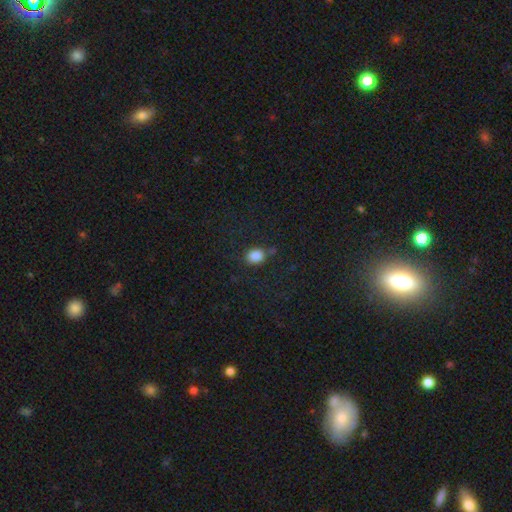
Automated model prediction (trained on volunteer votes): smooth 84%, star or artifact 11%, featured or disk 5%. Down the decision tree: how rounded — round (52%); merging — none (74%).